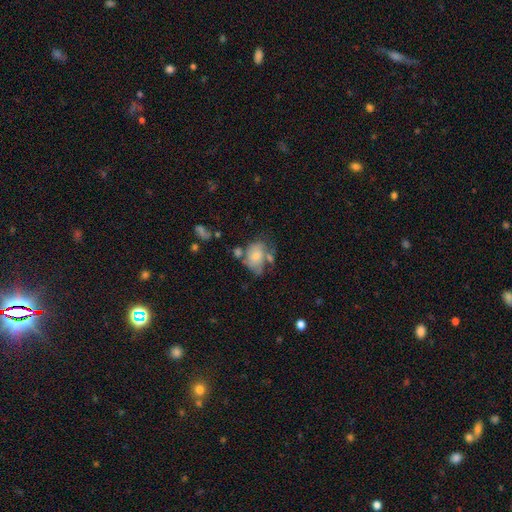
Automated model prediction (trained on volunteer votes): smooth-or-featured: smooth: 61% | featured or disk: 31% | star or artifact: 8%
  how-rounded: in between: 73% | round: 26% | cigar-shaped: 1%
  merging: none: 31% | minor disturbance: 27% | merger: 22% | major disturbance: 21%